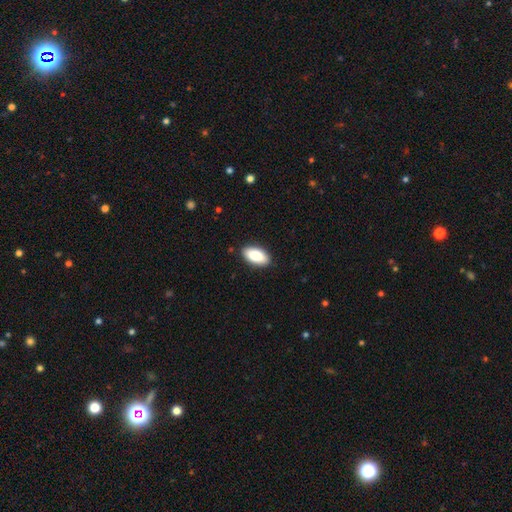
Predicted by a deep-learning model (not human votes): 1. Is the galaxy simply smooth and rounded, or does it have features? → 87% smooth, 7% featured or disk, 6% star or artifact.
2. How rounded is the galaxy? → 94% in between, 4% cigar-shaped, 2% round.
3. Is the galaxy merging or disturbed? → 89% none, 9% minor disturbance, 2% major disturbance, 1% merger.